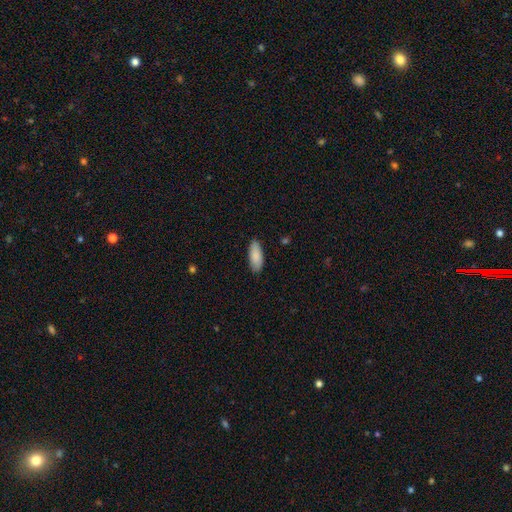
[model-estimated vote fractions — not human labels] Smooth or featured? smooth (88%)
How rounded? in between (77%)
Merging? none (87%)